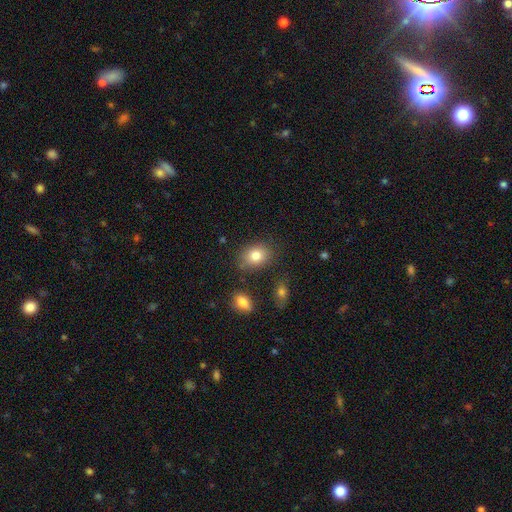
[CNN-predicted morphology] This is clearly a smooth galaxy (81%). How rounded: likely in between (64%). Merging: likely none (78%).